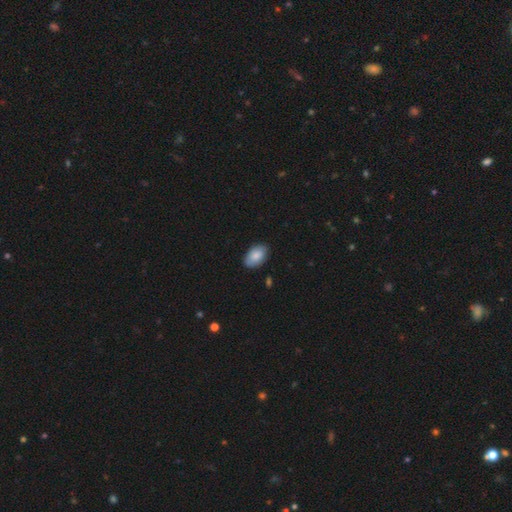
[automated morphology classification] This is clearly a smooth galaxy (82%). How rounded: clearly in between (92%). Merging: clearly none (84%).